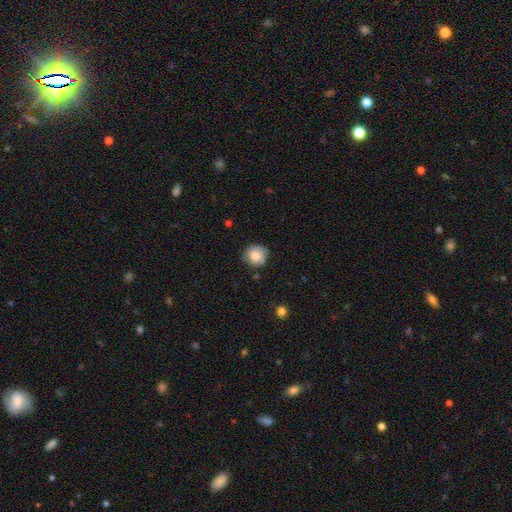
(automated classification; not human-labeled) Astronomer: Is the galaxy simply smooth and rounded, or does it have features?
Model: smooth — 75%.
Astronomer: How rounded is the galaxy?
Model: round — 87%.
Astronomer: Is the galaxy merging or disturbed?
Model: none — 72%.